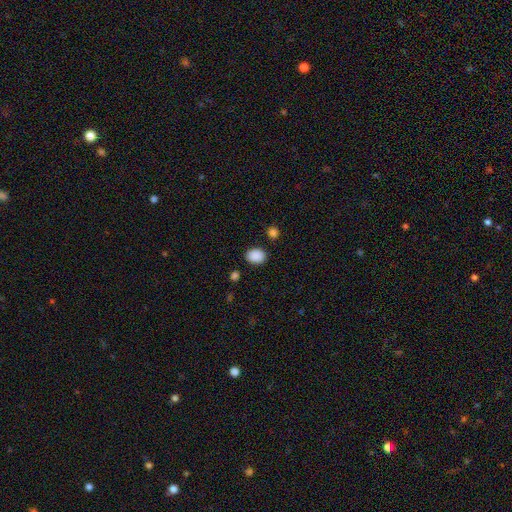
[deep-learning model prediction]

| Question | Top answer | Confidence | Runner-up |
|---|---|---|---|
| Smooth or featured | smooth | 89% | star or artifact (8%) |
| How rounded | in between | 67% | round (32%) |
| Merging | none | 85% | minor disturbance (9%) |